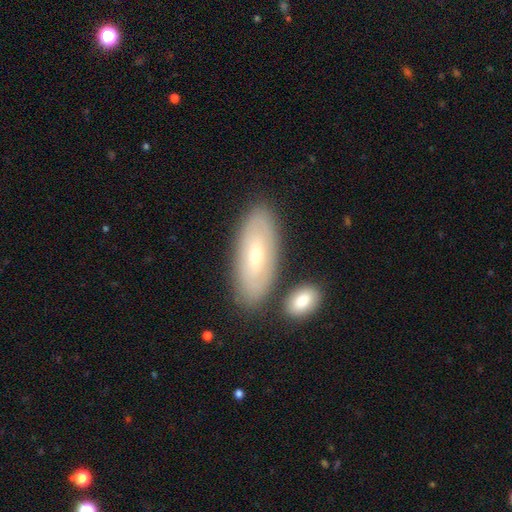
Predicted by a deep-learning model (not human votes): Smooth or featured? Predicted: smooth (p=0.54). How rounded? Predicted: in between (p=0.80). Merging? Predicted: none (p=0.78).